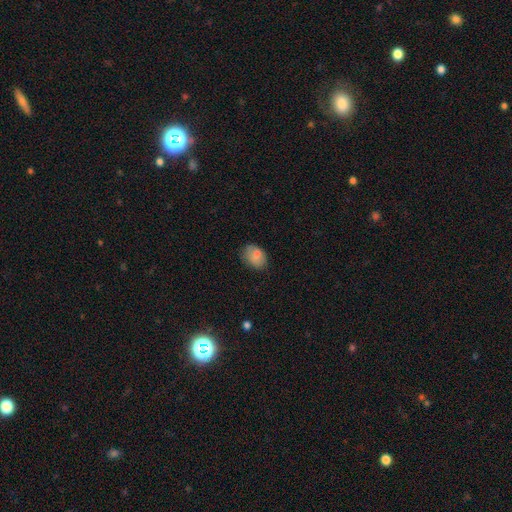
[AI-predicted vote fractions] Overall: smooth (80%). How rounded: in between (74%). Merging: none (73%).